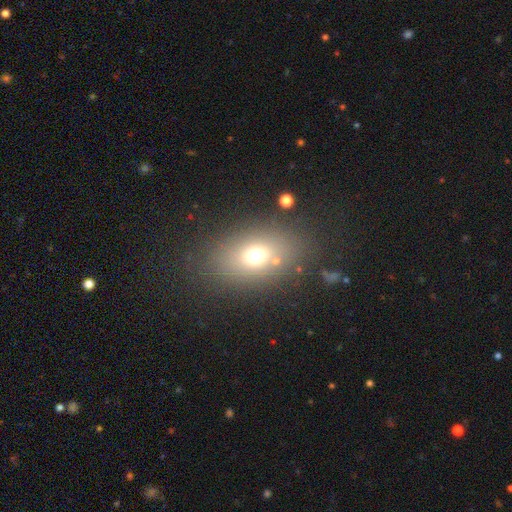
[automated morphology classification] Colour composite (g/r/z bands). It shows a smooth galaxy with no disk features (66%) that is in between round and cigar-shaped (70%). Merging: none (78%).